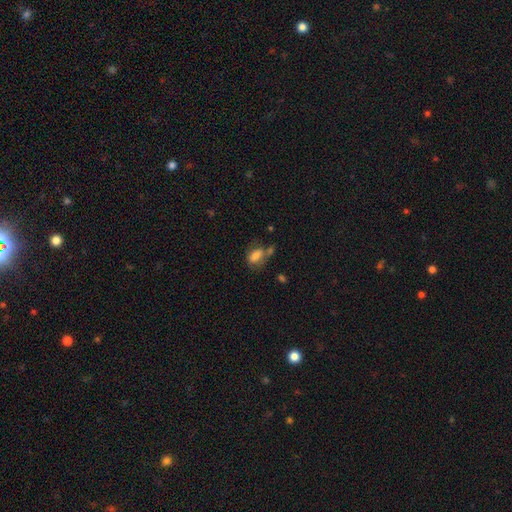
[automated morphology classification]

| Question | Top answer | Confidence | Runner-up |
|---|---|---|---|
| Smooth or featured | smooth | 77% | featured or disk (13%) |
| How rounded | in between | 83% | round (14%) |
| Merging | none | 42% | minor disturbance (23%) |